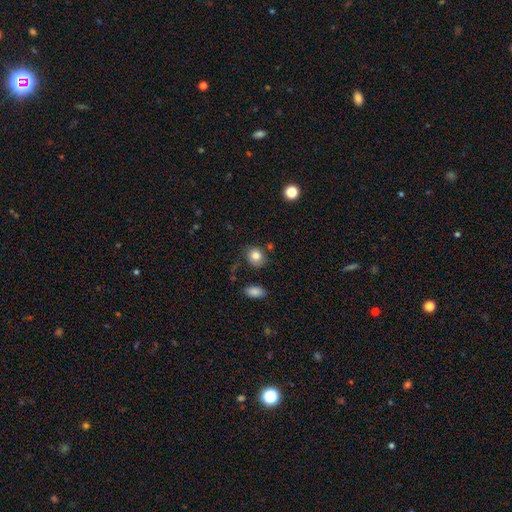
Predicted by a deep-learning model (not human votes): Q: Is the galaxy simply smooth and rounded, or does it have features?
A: smooth — 82%.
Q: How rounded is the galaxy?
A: round — 75%.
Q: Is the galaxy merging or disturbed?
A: none — 74%.